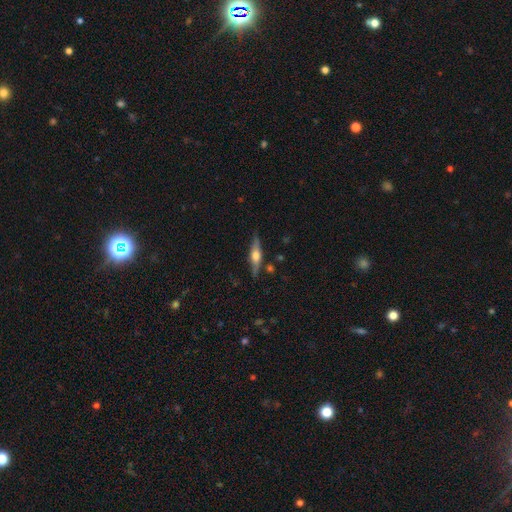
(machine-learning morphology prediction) smooth_or_featured: featured or disk (p=0.66) [alt: smooth p=0.28]
disk_edge_on: yes (p=0.94) [alt: no p=0.06]
edge_on_bulge: rounded (p=0.90) [alt: boxy p=0.07]
merging: none (p=0.82) [alt: minor disturbance p=0.13]